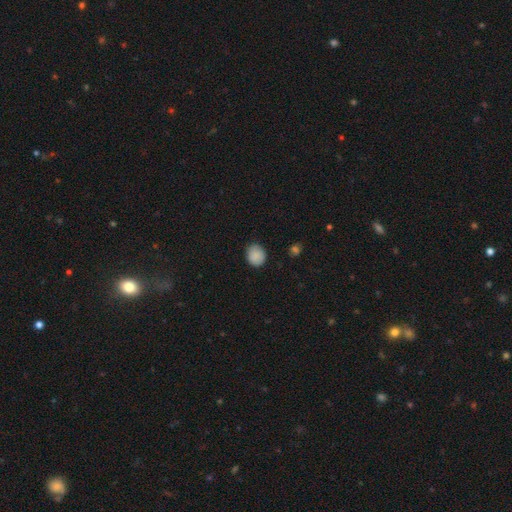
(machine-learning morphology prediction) smooth_or_featured: smooth (p=0.87) [alt: star or artifact p=0.08]
how_rounded: round (p=0.72) [alt: in between p=0.27]
merging: none (p=0.82) [alt: minor disturbance p=0.15]